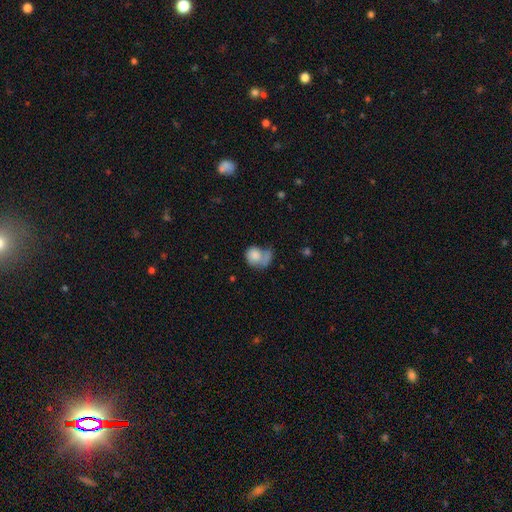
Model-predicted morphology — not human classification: smooth-or-featured: smooth: 74% | featured or disk: 18% | star or artifact: 8%
  how-rounded: round: 64% | in between: 35% | cigar-shaped: 1%
  merging: merger: 30% | none: 28% | major disturbance: 25% | minor disturbance: 17%